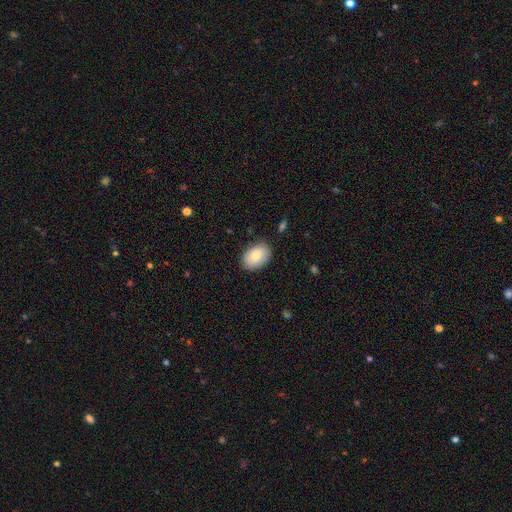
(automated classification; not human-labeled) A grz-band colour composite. It shows a smooth galaxy with no disk features (83%) that is in between round and cigar-shaped (86%). Merging: none (85%).